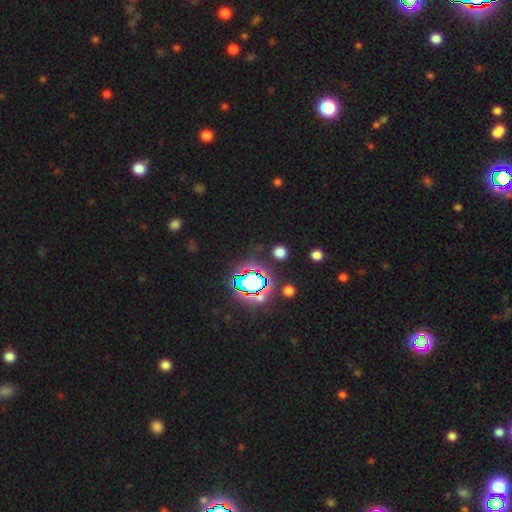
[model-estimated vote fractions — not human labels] The model was most divided on "smooth or featured": star or artifact: 78%, smooth: 13%, featured or disk: 9%.